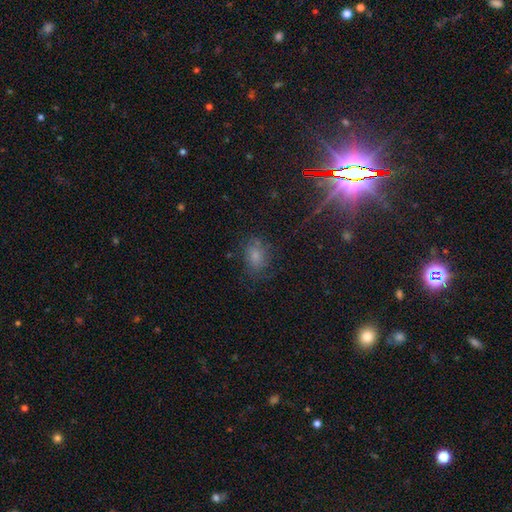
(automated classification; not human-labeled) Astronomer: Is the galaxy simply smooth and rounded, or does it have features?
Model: smooth — 52%.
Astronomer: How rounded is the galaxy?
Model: in between — 75%.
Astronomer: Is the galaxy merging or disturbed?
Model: none — 68%.